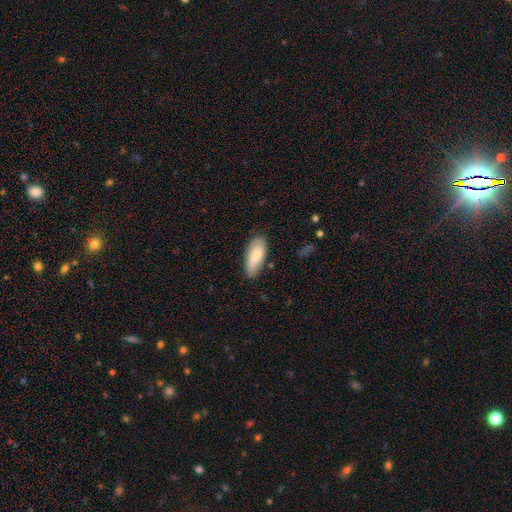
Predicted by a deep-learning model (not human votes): A smooth galaxy with no disk features (80%) that is in between round and cigar-shaped (81%).

Vote fractions:
- Smooth or featured? smooth: 80% / featured or disk: 14% / star or artifact: 6%
- How rounded? in between: 81% / cigar-shaped: 17% / round: 2%
- Merging? none: 75% / minor disturbance: 19% / major disturbance: 3% / merger: 2%